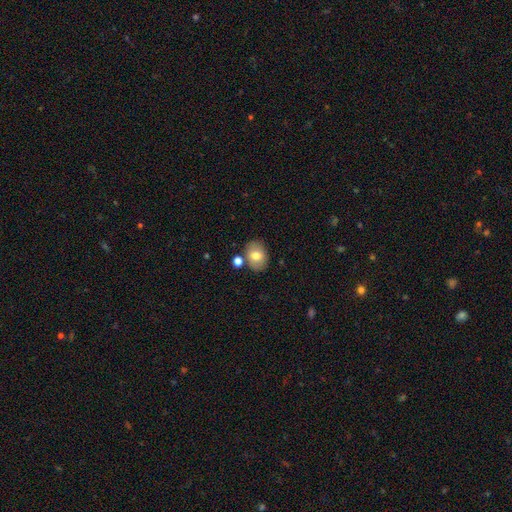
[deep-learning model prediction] Smooth or featured? smooth (75%)
How rounded? in between (63%)
Merging? none (74%)